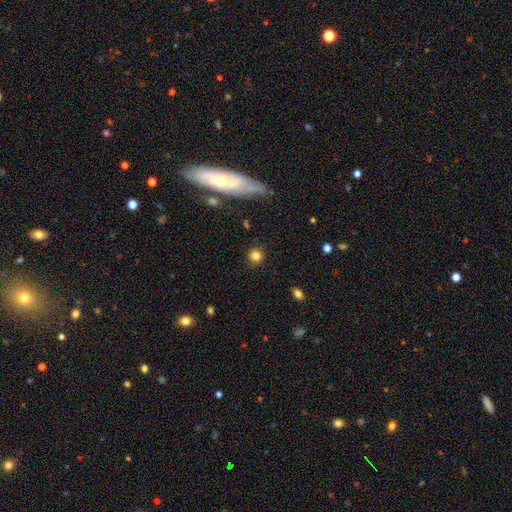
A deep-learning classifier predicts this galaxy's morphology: Smooth or featured? smooth (82%)
How rounded? round (91%)
Merging? none (88%)